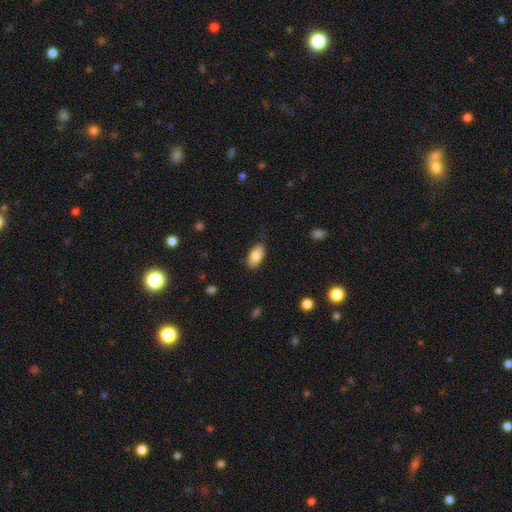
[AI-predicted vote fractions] The model was most divided on "merging": none: 81%, minor disturbance: 15%, major disturbance: 3%, merger: 1%. More confident: how rounded — in between (93%); smooth or featured — smooth (84%).